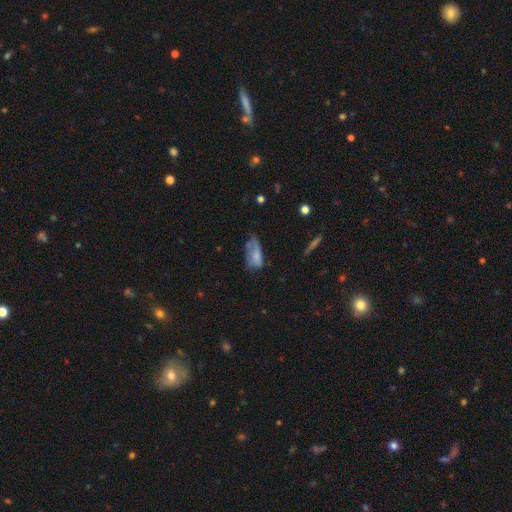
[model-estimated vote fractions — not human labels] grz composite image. It shows a smooth galaxy with no disk features (65%) that is in between round and cigar-shaped (83%). Merging: minor disturbance (36%).